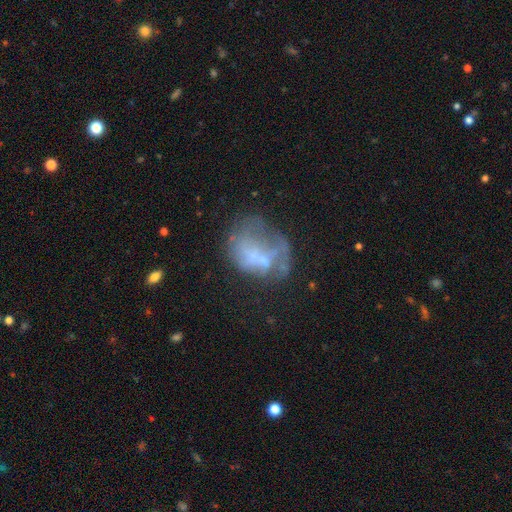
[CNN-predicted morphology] This appears to be a featured or disk galaxy (51%). Merging: none (32%, tied with major disturbance).